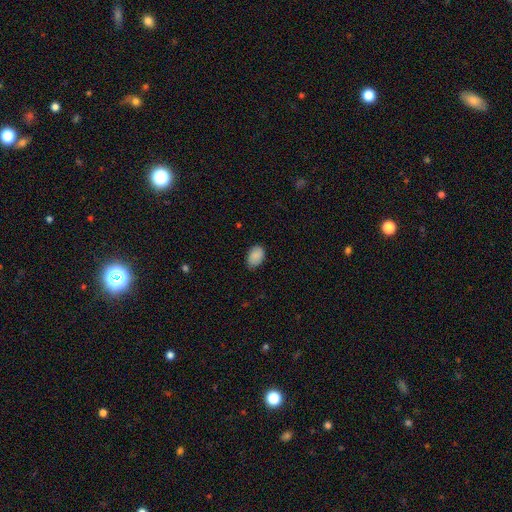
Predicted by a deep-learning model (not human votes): The model was most divided on "merging": none: 77%, minor disturbance: 20%, major disturbance: 3%, merger: 1%. More confident: smooth or featured — smooth (89%); how rounded — in between (88%).